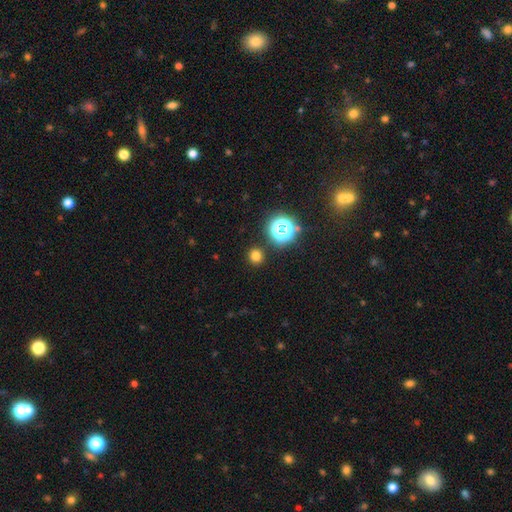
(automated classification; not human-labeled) smooth_or_featured: smooth (p=0.74) [alt: star or artifact p=0.21]
how_rounded: round (p=0.92) [alt: in between p=0.07]
merging: none (p=0.90) [alt: minor disturbance p=0.06]